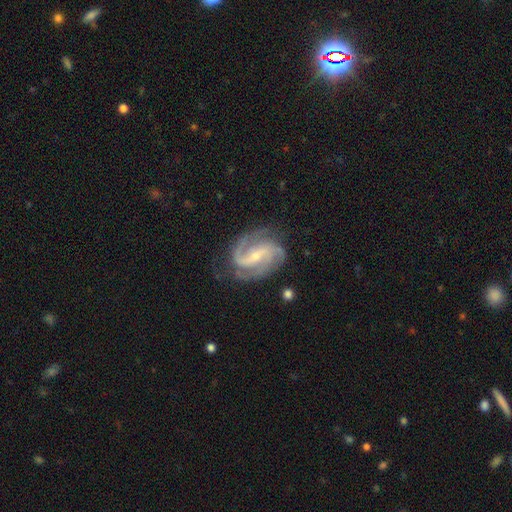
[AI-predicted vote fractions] Smooth or featured? featured or disk (92%)
Edge-on disk? no (98%)
Bar? weak (43%)
Spiral arms? yes (98%)
Spiral winding? medium (54%)
Spiral arm count? 2 (50%)
Bulge size? small (67%)
Merging? none (74%)